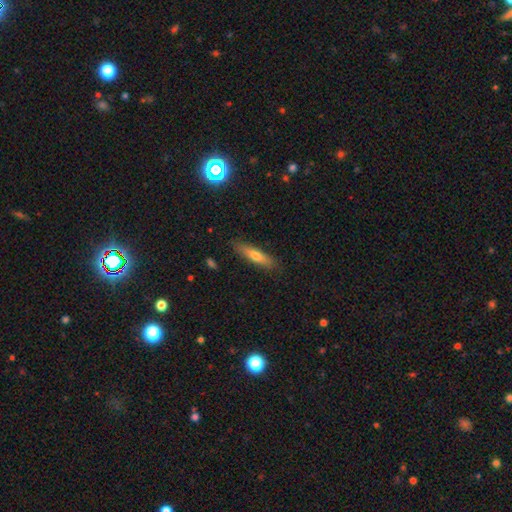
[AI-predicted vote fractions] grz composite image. It shows a smooth galaxy with no disk features (64%) that is cigar-shaped (75%). Merging: none (85%).